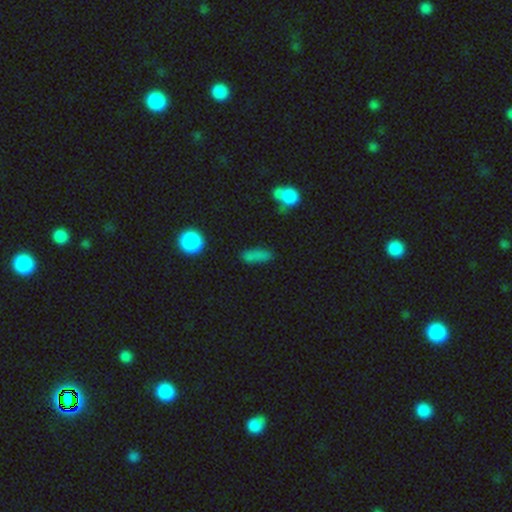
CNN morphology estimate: This appears to be a smooth galaxy with no disk features (75%) that is in between round and cigar-shaped (53%). Merging: none (65%).